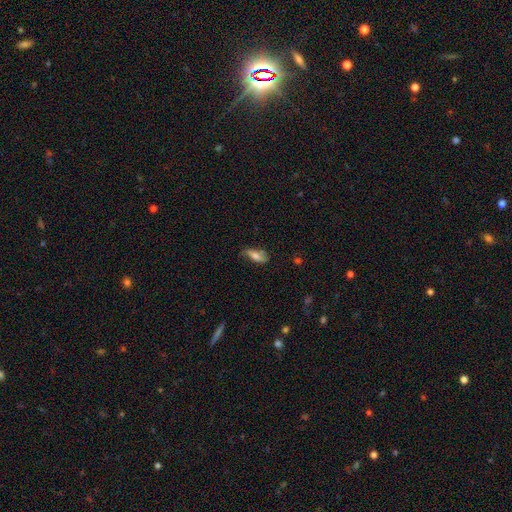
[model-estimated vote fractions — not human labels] Overall: smooth (51%; featured or disk 41%). How rounded: in between (70%). Merging: none (60%; minor disturbance 28%).